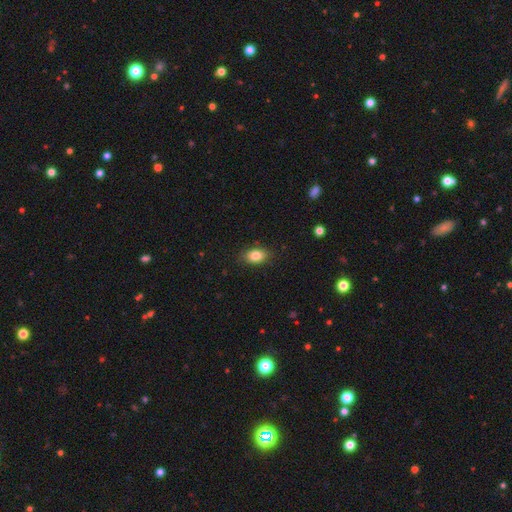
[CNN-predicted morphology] This appears to be a smooth galaxy with no disk features (84%) that is in between round and cigar-shaped (82%). Merging: none (84%).